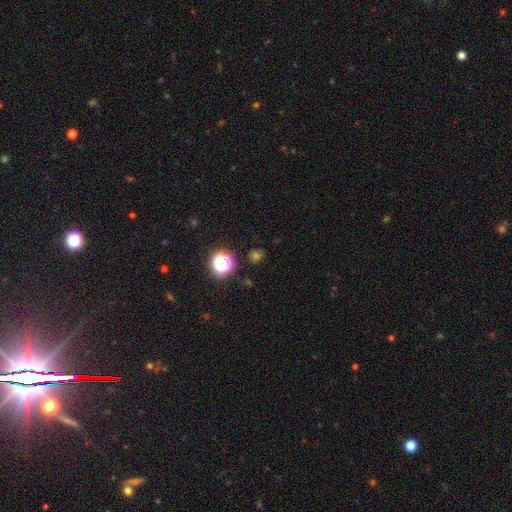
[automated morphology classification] A smooth galaxy with no disk features (50%).

Vote fractions:
- Smooth or featured? smooth: 50% / star or artifact: 44% / featured or disk: 6%
- Merging? none: 83% / minor disturbance: 9% / merger: 4% / major disturbance: 4%